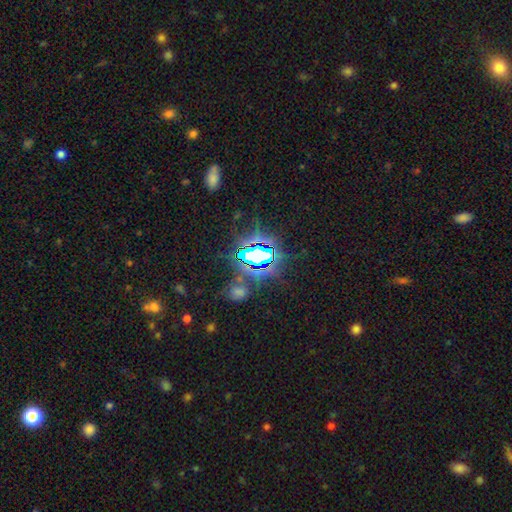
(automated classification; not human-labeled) Q: Smooth or featured?
A: star or artifact (76%); runner-up: smooth (14%)